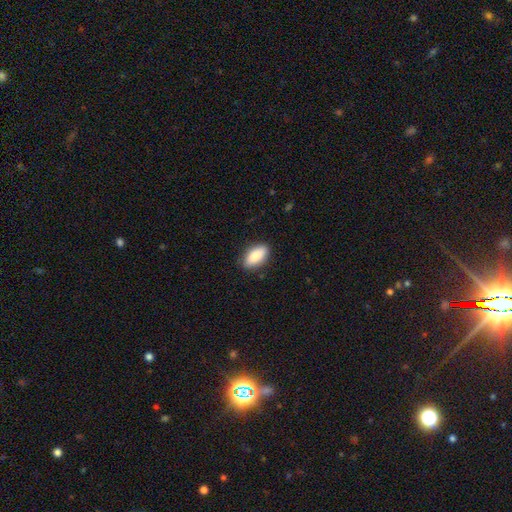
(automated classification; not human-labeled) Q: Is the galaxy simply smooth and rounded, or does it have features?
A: smooth — 87%.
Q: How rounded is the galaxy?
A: in between — 88%.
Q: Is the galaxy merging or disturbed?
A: none — 87%.